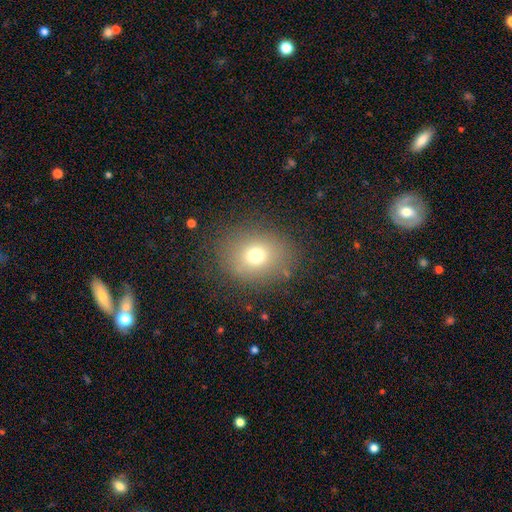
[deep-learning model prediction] Overall: smooth (71%). How rounded: round (58%; in between 41%). Merging: none (82%).